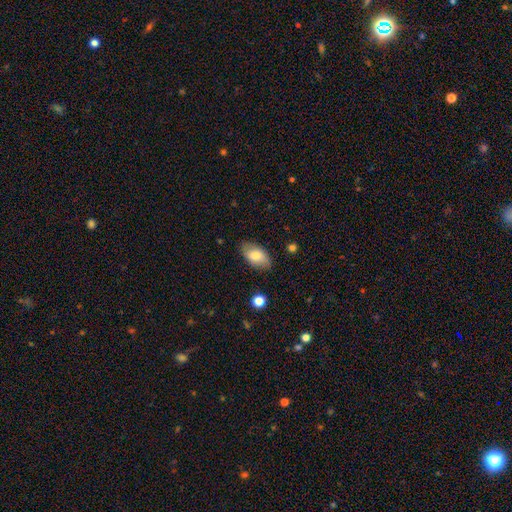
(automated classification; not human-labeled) smooth_or_featured: smooth (p=0.78) [alt: featured or disk p=0.16]
how_rounded: in between (p=0.93) [alt: round p=0.05]
merging: none (p=0.81) [alt: minor disturbance p=0.15]